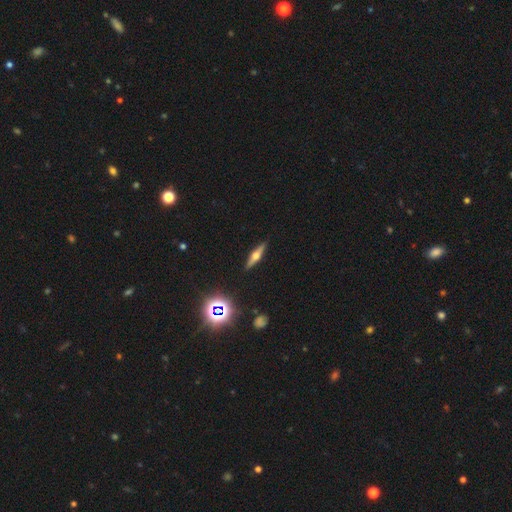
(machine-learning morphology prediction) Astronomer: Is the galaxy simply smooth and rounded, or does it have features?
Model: featured or disk — 66%.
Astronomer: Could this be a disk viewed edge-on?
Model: yes — 96%.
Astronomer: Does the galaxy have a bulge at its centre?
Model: rounded — 93%.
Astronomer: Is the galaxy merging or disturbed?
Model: none — 91%.